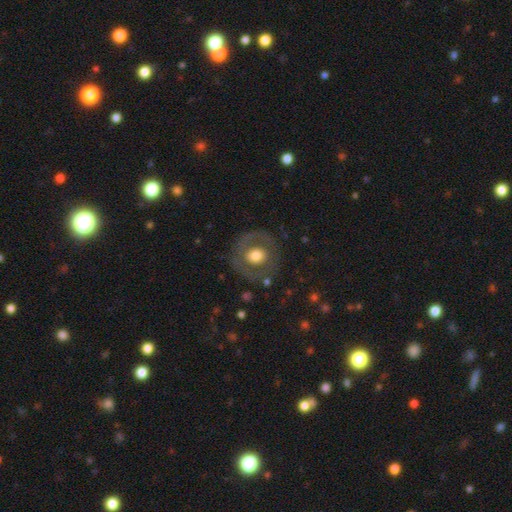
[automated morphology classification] A smooth galaxy with no disk features (51%) that is round (86%).

Vote fractions:
- Smooth or featured? smooth: 51% / featured or disk: 42% / star or artifact: 7%
- How rounded? round: 86% / in between: 13% / cigar-shaped: 1%
- Merging? none: 79% / minor disturbance: 12% / major disturbance: 8% / merger: 1%